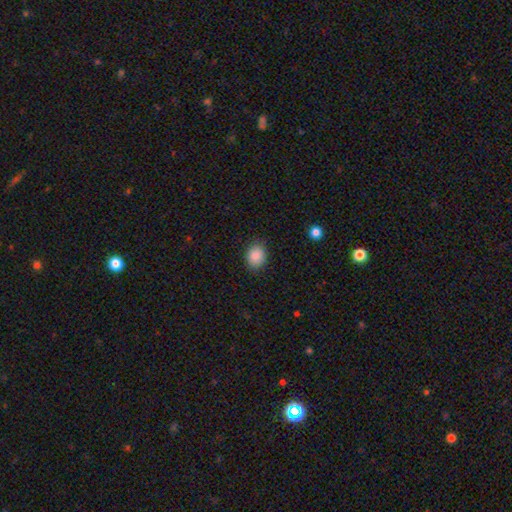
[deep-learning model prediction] A smooth galaxy with no disk features (87%) that is in between round and cigar-shaped (53%).

Vote fractions:
- Smooth or featured? smooth: 87% / star or artifact: 8% / featured or disk: 4%
- How rounded? in between: 53% / round: 46% / cigar-shaped: 1%
- Merging? none: 86% / minor disturbance: 11% / major disturbance: 3% / merger: 1%